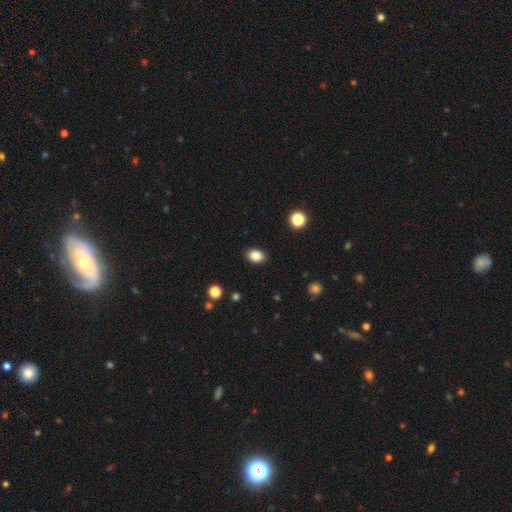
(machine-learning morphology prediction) The model was most divided on "how rounded": in between: 71%, round: 28%, cigar-shaped: 1%. More confident: merging — none (89%); smooth or featured — smooth (85%).